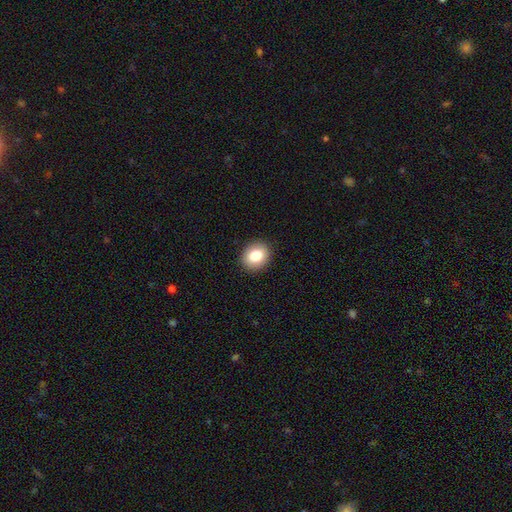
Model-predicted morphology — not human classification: Smooth or featured: smooth — 82% (featured or disk — 9%)
How rounded: round — 64% (in between — 35%)
Merging: none — 91% (minor disturbance — 6%)